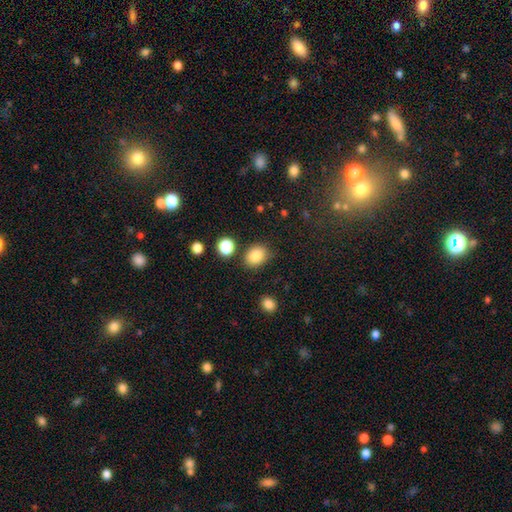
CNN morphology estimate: Smooth or featured: smooth — 85% (star or artifact — 10%)
How rounded: in between — 55% (round — 44%)
Merging: none — 79% (minor disturbance — 13%)